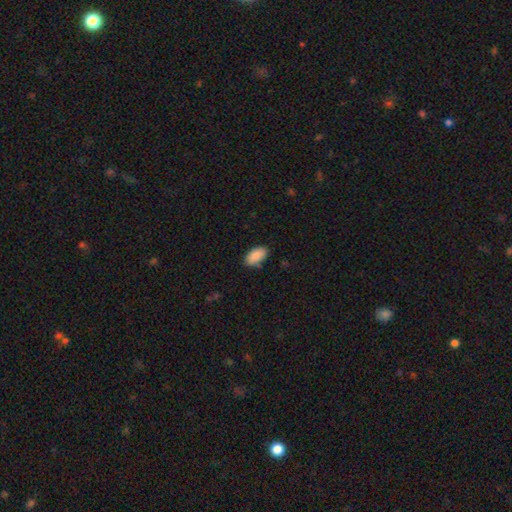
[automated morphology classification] The model was most divided on "merging": none: 83%, minor disturbance: 13%, major disturbance: 2%, merger: 1%. More confident: how rounded — in between (95%); smooth or featured — smooth (89%).